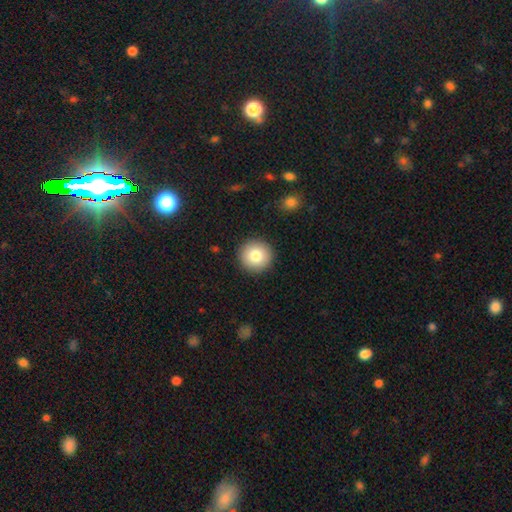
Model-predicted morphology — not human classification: Overall: smooth (81%). How rounded: round (96%). Merging: none (92%).